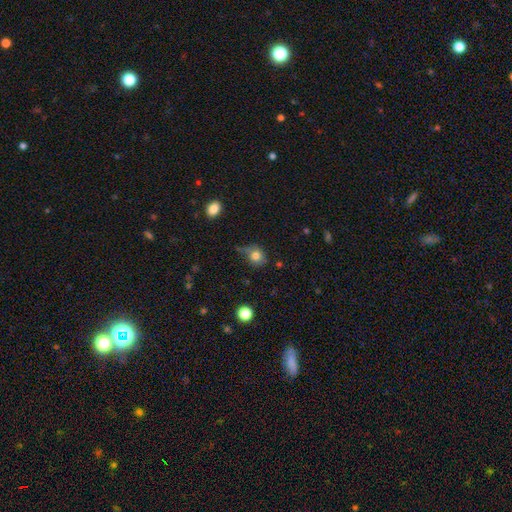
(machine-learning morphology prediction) Q: Smooth or featured?
A: smooth (79%); runner-up: star or artifact (11%)
Q: How rounded?
A: round (69%); runner-up: in between (30%)
Q: Merging?
A: none (53%); runner-up: minor disturbance (30%)